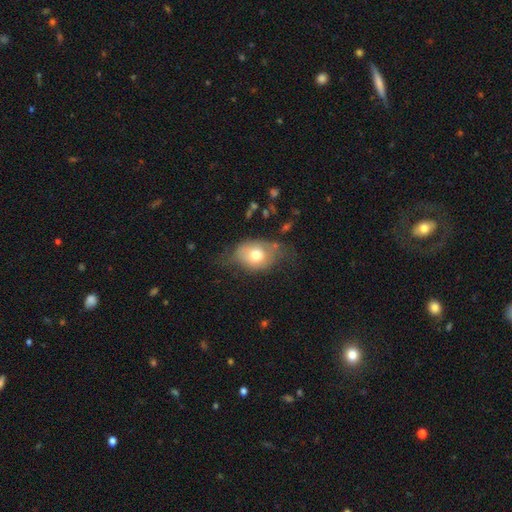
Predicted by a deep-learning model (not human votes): Smooth or featured: smooth — 69% (featured or disk — 23%)
How rounded: in between — 65% (round — 34%)
Merging: none — 41% (minor disturbance — 35%)